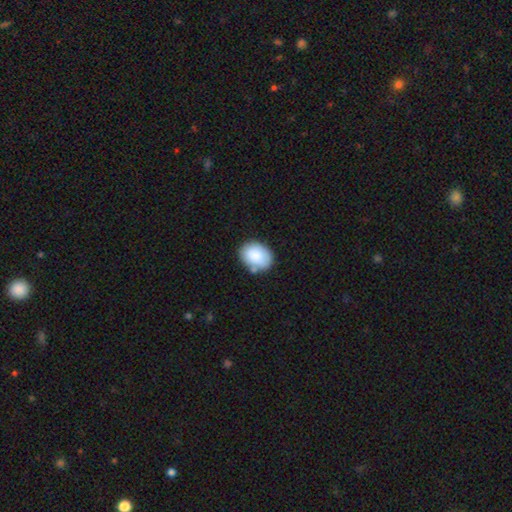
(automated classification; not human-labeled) Smooth or featured? smooth (87%)
How rounded? in between (65%)
Merging? none (74%)